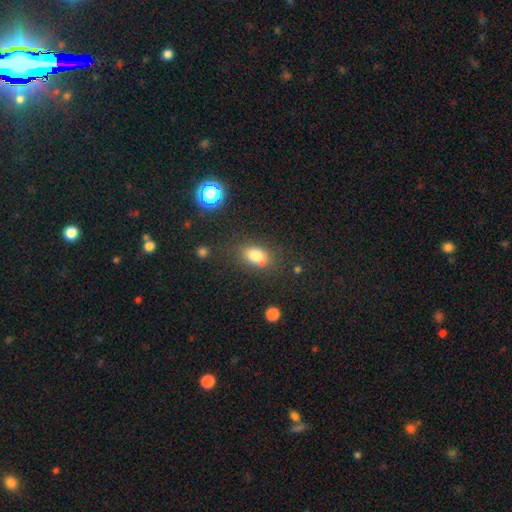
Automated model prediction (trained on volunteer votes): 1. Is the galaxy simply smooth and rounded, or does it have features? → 80% smooth, 11% star or artifact, 10% featured or disk.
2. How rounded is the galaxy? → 80% in between, 18% round, 2% cigar-shaped.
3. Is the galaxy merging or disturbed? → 74% none, 16% minor disturbance, 6% major disturbance, 4% merger.